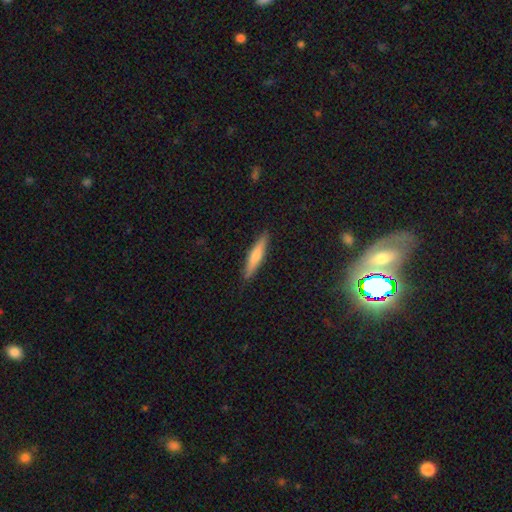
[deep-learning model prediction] Smooth or featured? smooth (58%)
How rounded? cigar-shaped (89%)
Merging? none (90%)